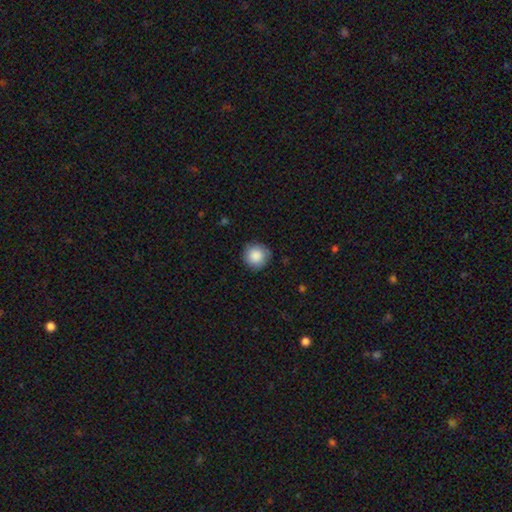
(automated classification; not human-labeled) smooth 87%, star or artifact 7%, featured or disk 5%. Down the decision tree: how rounded — round (94%); merging — none (85%).